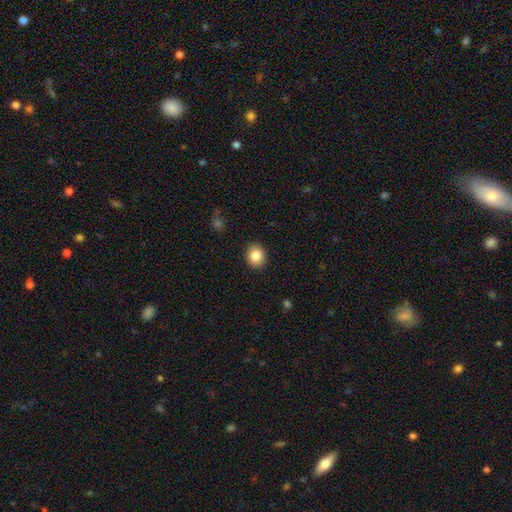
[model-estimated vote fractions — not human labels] The model was most divided on "how rounded": round: 63%, in between: 36%, cigar-shaped: 1%. More confident: merging — none (90%); smooth or featured — smooth (85%).